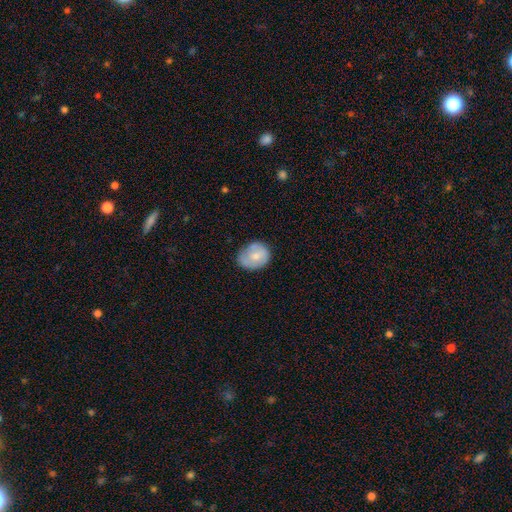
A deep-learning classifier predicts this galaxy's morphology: Smooth or featured?
  - smooth: 67% *
  - featured or disk: 26%
  - star or artifact: 7%
How rounded?
  - round: 59% *
  - in between: 40%
  - cigar-shaped: 1%
Merging?
  - none: 62% *
  - minor disturbance: 28%
  - major disturbance: 7%
  - merger: 2%